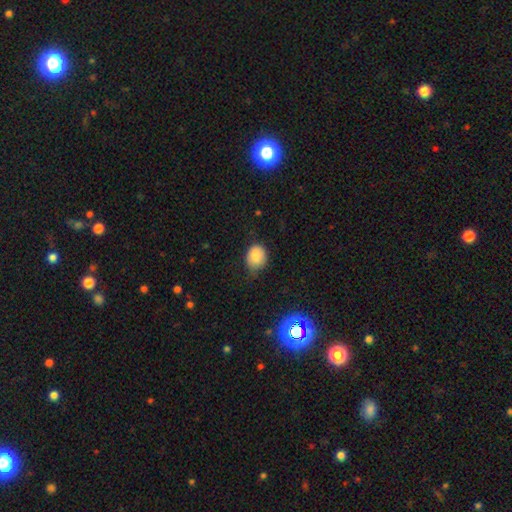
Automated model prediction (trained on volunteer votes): Smooth or featured? smooth (84%)
How rounded? round (57%)
Merging? none (58%)